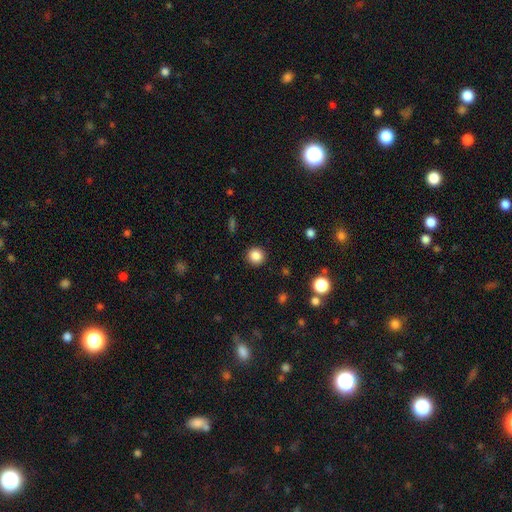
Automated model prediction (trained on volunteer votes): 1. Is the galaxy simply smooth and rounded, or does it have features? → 86% smooth, 11% star or artifact, 4% featured or disk.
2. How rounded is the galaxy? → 93% round, 6% in between, 1% cigar-shaped.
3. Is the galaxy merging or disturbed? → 92% none, 5% minor disturbance, 2% major disturbance, 1% merger.